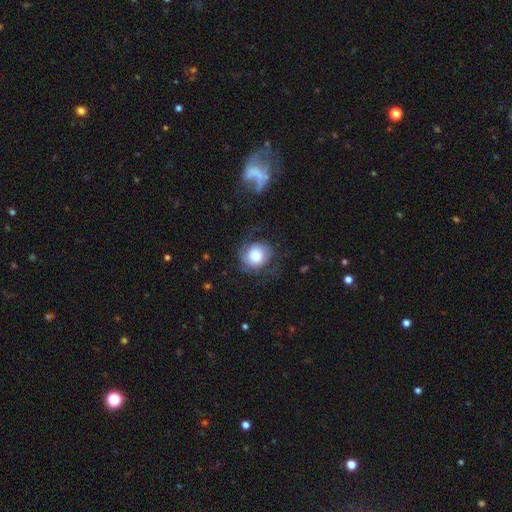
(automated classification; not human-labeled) Smooth or featured? smooth (56%)
How rounded? round (77%)
Merging? none (60%)